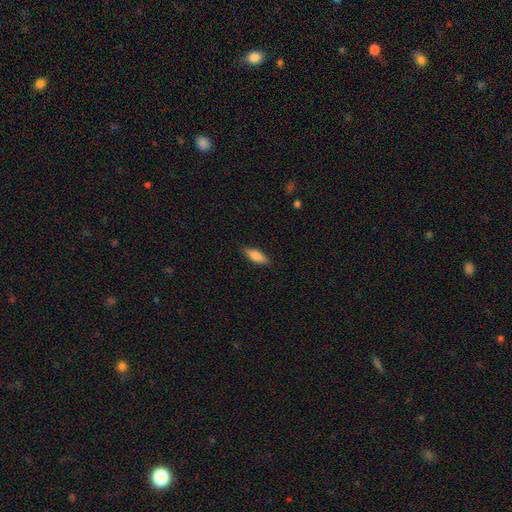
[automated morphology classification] type=smooth (80%); roundness=in between (62%); merging=none (87%).